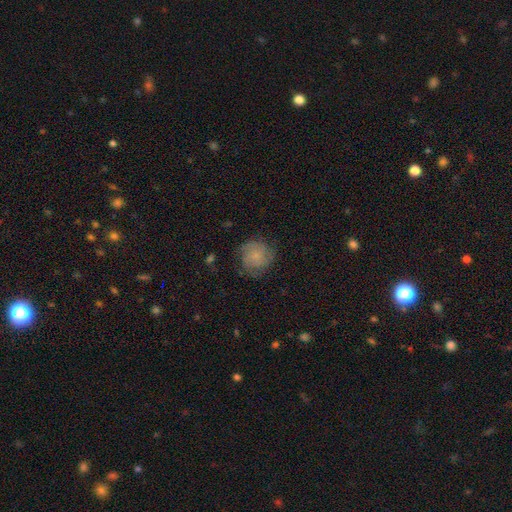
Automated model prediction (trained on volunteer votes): A smooth galaxy with no disk features (62%) that is round (89%). Merging: none (70%).